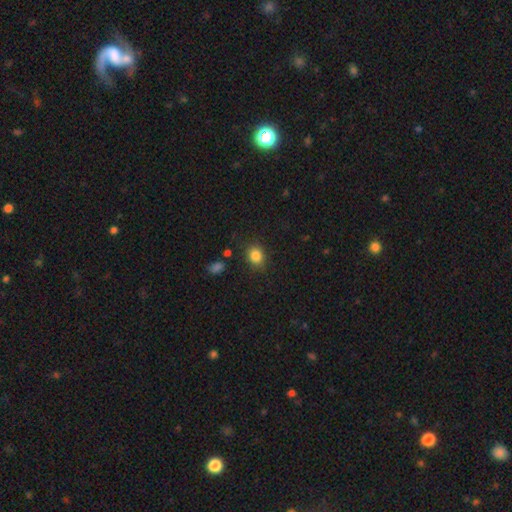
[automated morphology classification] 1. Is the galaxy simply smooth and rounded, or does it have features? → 84% smooth, 10% star or artifact, 5% featured or disk.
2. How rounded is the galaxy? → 52% round, 47% in between, 1% cigar-shaped.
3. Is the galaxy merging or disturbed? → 82% none, 12% minor disturbance, 4% major disturbance, 2% merger.